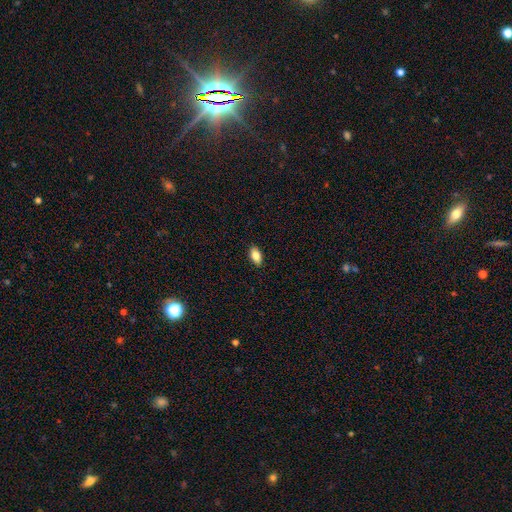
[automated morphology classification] Q: Smooth or featured?
A: smooth (83%); runner-up: featured or disk (9%)
Q: How rounded?
A: in between (91%); runner-up: cigar-shaped (5%)
Q: Merging?
A: none (90%); runner-up: minor disturbance (8%)